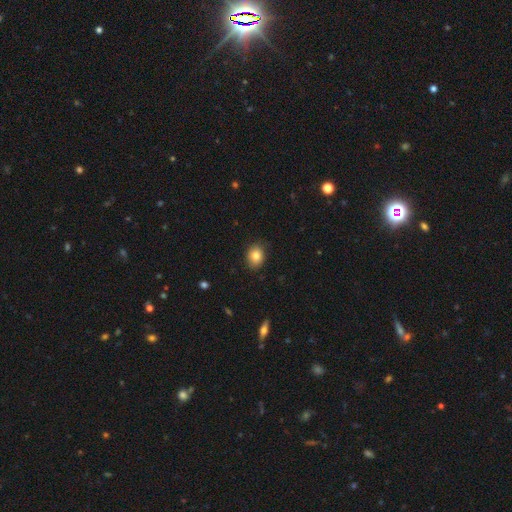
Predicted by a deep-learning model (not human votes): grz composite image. It shows a smooth galaxy with no disk features (84%) that is in between round and cigar-shaped (55%). Merging: none (85%).